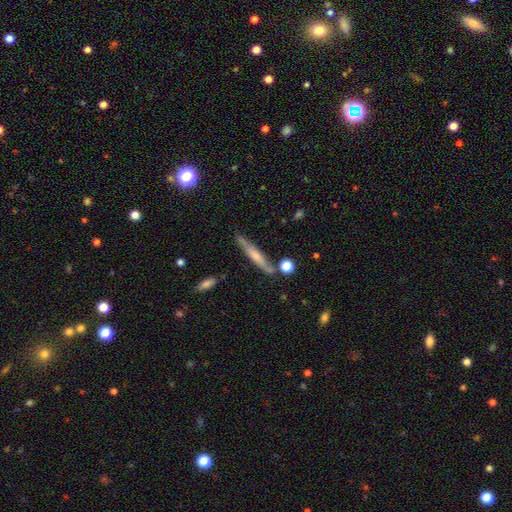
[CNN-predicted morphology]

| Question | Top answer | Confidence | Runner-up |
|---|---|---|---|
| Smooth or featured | featured or disk | 48% | smooth (45%) |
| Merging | none | 81% | minor disturbance (12%) |